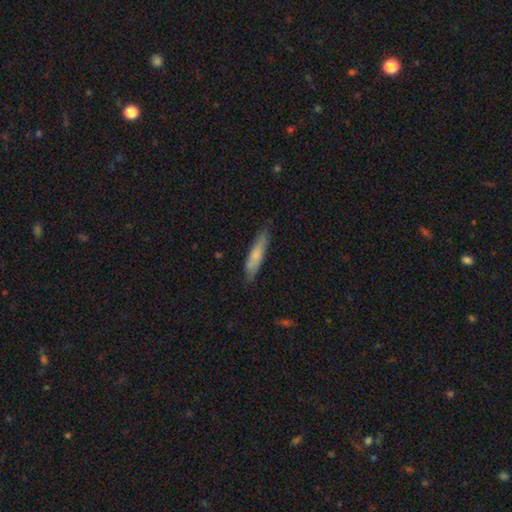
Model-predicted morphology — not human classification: This appears to be a smooth galaxy with no disk features (73%) that is cigar-shaped (84%). Merging: none (80%).